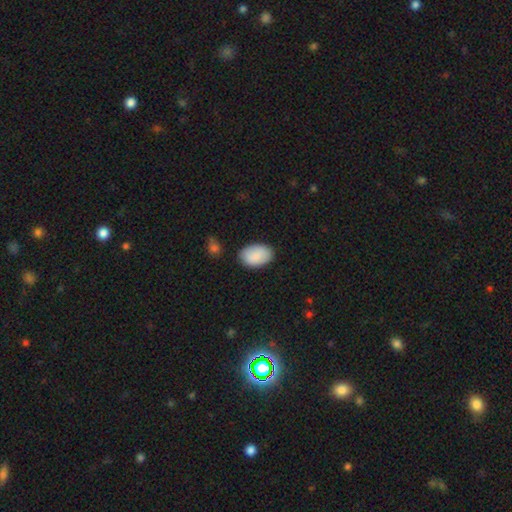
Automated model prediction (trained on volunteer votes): The model was most divided on "merging": none: 83%, minor disturbance: 13%, major disturbance: 3%, merger: 2%. More confident: how rounded — in between (91%); smooth or featured — smooth (89%).